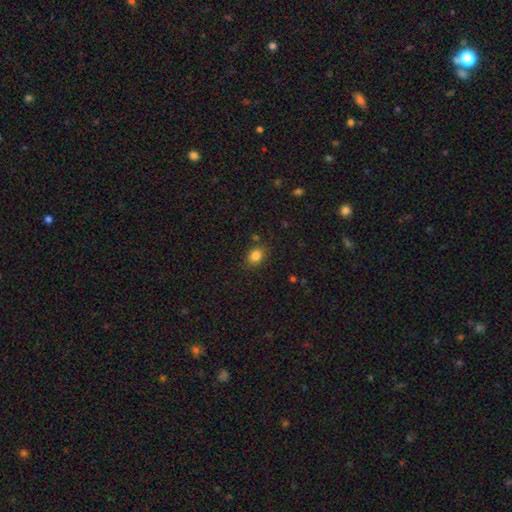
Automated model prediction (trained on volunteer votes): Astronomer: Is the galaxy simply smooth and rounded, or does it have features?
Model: smooth — 84%.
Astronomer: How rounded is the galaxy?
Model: in between — 57% (runner-up: round, 41%).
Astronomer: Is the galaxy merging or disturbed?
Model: none — 82%.